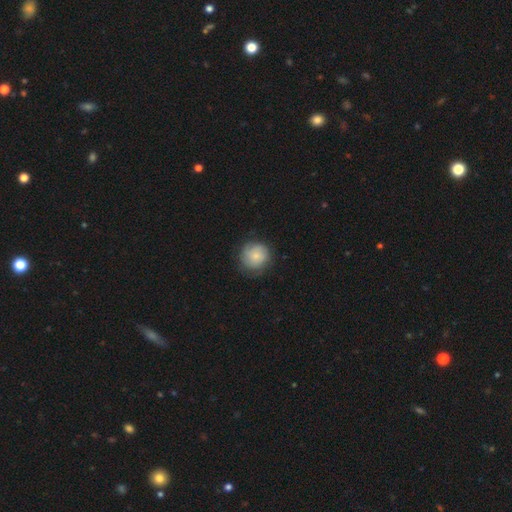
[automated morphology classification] smooth_or_featured: smooth (p=0.73) [alt: featured or disk p=0.20]
how_rounded: round (p=0.91) [alt: in between p=0.08]
merging: none (p=0.76) [alt: minor disturbance p=0.18]